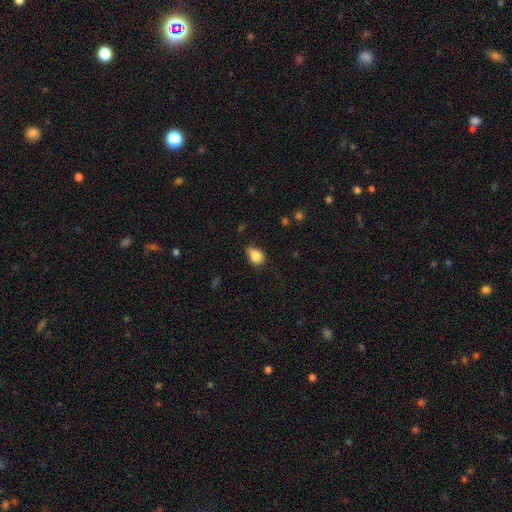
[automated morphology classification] Smooth or featured: smooth — 84% (star or artifact — 9%)
How rounded: in between — 62% (round — 36%)
Merging: none — 48% (minor disturbance — 40%)